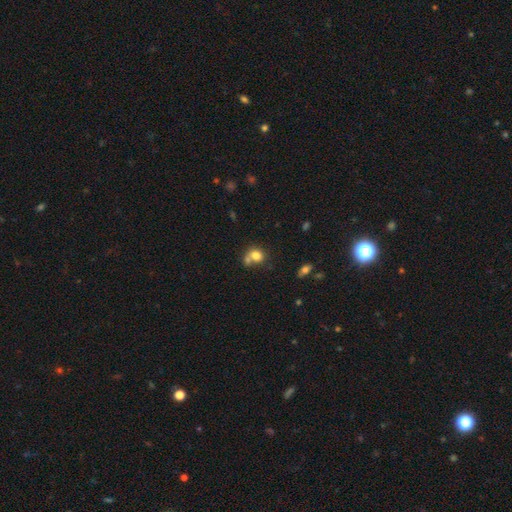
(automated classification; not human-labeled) smooth 78%, featured or disk 12%, star or artifact 11%. Down the decision tree: how rounded — round (65%); merging — none (42%).